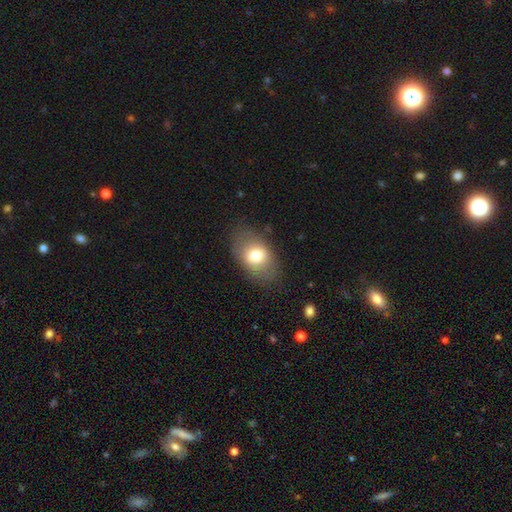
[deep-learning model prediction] This is likely a smooth galaxy (73%). How rounded: clearly in between (83%). Merging: likely none (79%).